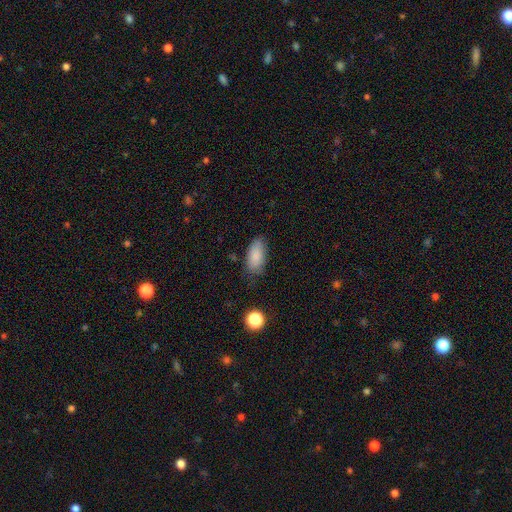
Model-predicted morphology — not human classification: smooth-or-featured: smooth: 86% | star or artifact: 7% | featured or disk: 7%
  how-rounded: in between: 90% | cigar-shaped: 8% | round: 3%
  merging: none: 72% | minor disturbance: 21% | major disturbance: 5% | merger: 2%